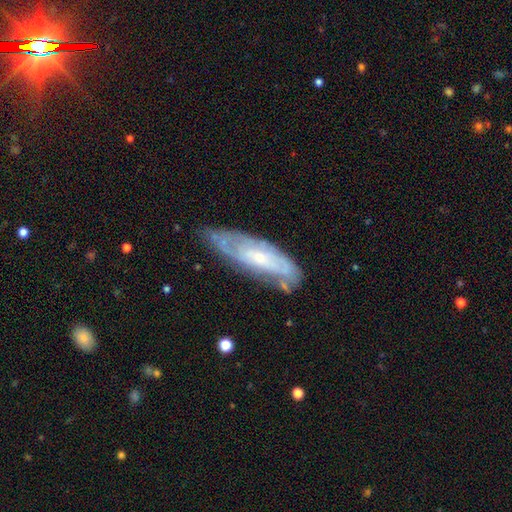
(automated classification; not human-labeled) Overall: featured or disk (72%). Edge-on disk: no (77%). Bar: no (61%; weak 30%). Spiral arms: yes (80%). Bulge size: small (70%). Merging: none (71%).